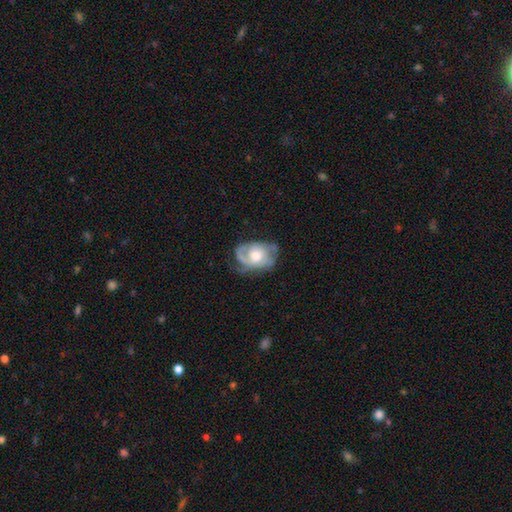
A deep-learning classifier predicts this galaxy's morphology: smooth-or-featured: featured or disk: 76% | smooth: 18% | star or artifact: 6%
  disk-edge-on: no: 96% | yes: 4%
    bar: no: 75% | weak: 21% | strong: 4%
    has-spiral-arms: yes: 89% | no: 11%
      spiral-winding: tight: 42% | medium: 40% | loose: 18%
      spiral-arm-count: 2: 36% | can't tell: 25% | 3: 20% | 1: 12% | 4: 4% | more than 4: 3%
    bulge-size: moderate: 67% | small: 16% | large: 15% | none: 2% | dominant: 1%
  merging: none: 55% | minor disturbance: 27% | major disturbance: 17% | merger: 2%